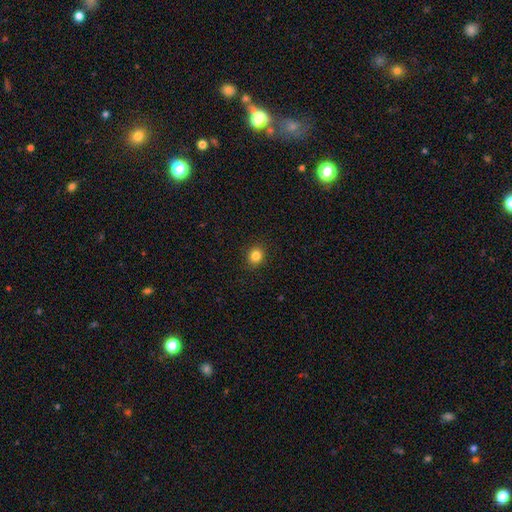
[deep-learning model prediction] The model was most divided on "how rounded": round: 76%, in between: 23%, cigar-shaped: 1%. More confident: merging — none (91%); smooth or featured — smooth (84%).